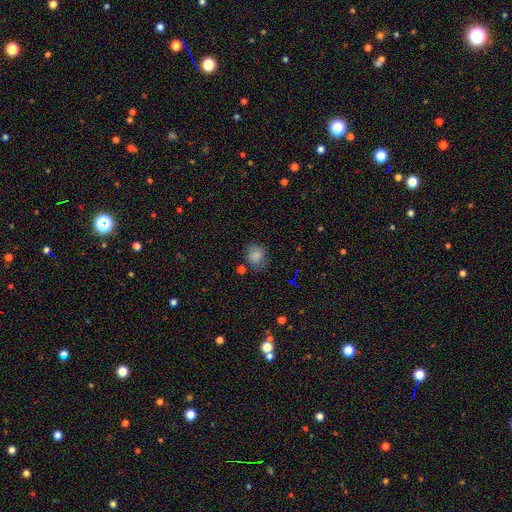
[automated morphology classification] smooth 79%, star or artifact 12%, featured or disk 9%. Down the decision tree: how rounded — round (74%); merging — none (69%).